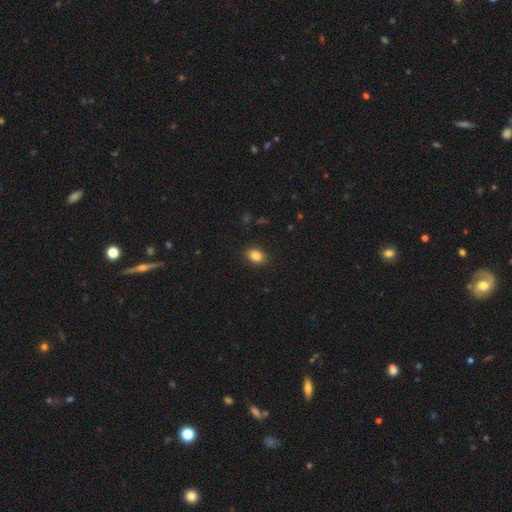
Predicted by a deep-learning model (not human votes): smooth-or-featured: smooth: 85% | star or artifact: 9% | featured or disk: 6%
  how-rounded: in between: 76% | round: 23% | cigar-shaped: 1%
  merging: none: 89% | minor disturbance: 8% | major disturbance: 2% | merger: 1%